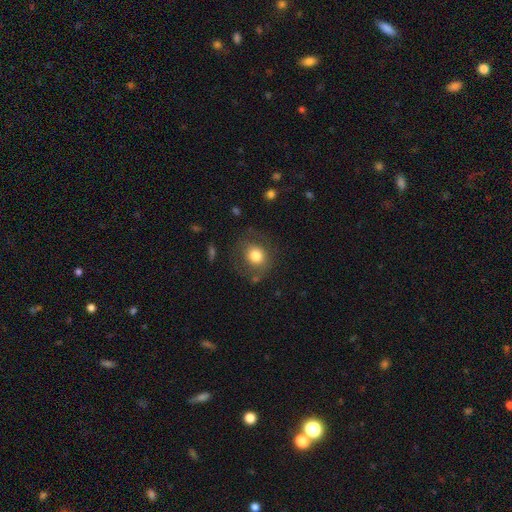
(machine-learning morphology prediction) type=smooth (77%); roundness=round (78%); merging=none (73%).